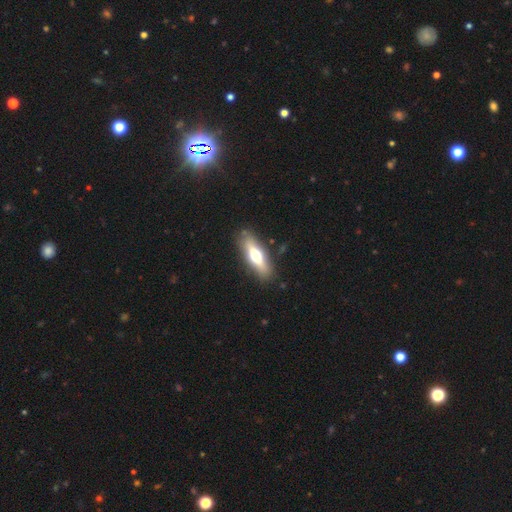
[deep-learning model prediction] Smooth or featured: smooth — 52% (featured or disk — 42%)
How rounded: cigar-shaped — 53% (in between — 44%)
Merging: none — 85% (minor disturbance — 11%)